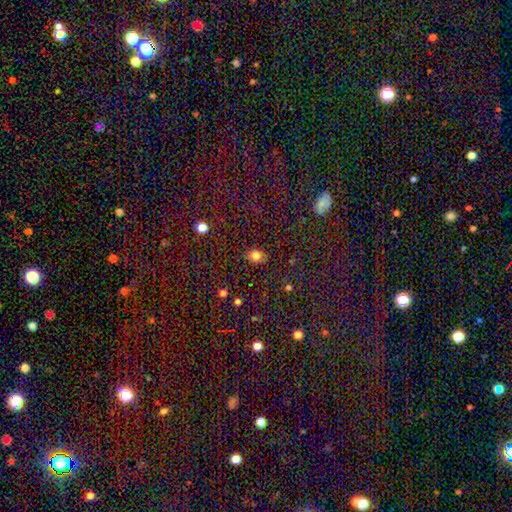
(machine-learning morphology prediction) Smooth or featured?
  - smooth: 77% *
  - star or artifact: 16%
  - featured or disk: 7%
How rounded?
  - in between: 65% *
  - round: 33%
  - cigar-shaped: 2%
Merging?
  - none: 85% *
  - minor disturbance: 11%
  - major disturbance: 3%
  - merger: 2%